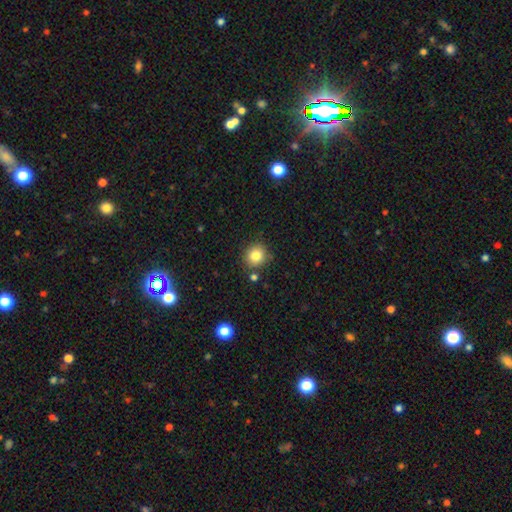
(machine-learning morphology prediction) Smooth or featured?
  - smooth: 83% *
  - star or artifact: 11%
  - featured or disk: 6%
How rounded?
  - round: 88% *
  - in between: 11%
  - cigar-shaped: 1%
Merging?
  - none: 84% *
  - minor disturbance: 9%
  - merger: 5%
  - major disturbance: 2%